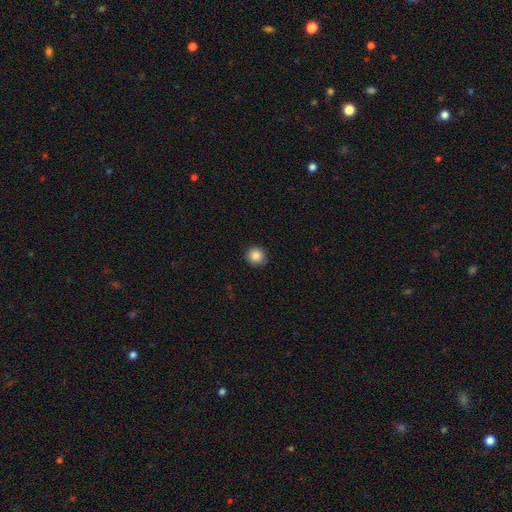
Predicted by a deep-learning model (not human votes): Smooth or featured: smooth — 87% (star or artifact — 9%)
How rounded: round — 90% (in between — 9%)
Merging: none — 88% (minor disturbance — 9%)